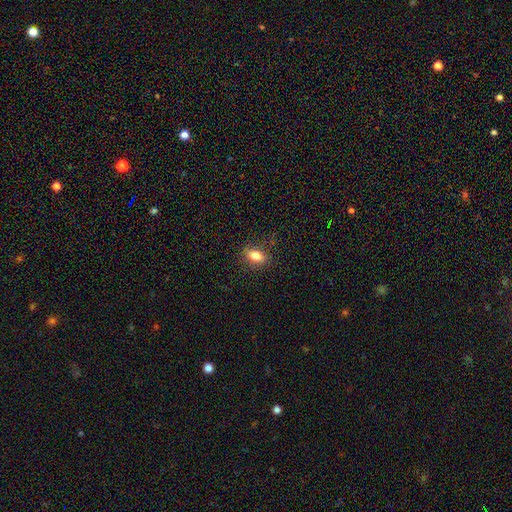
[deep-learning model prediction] This appears to be a smooth galaxy with no disk features (80%) that is in between round and cigar-shaped (83%). Merging: none (83%).